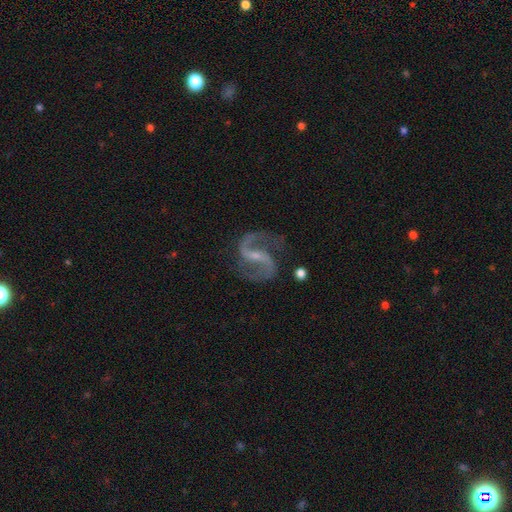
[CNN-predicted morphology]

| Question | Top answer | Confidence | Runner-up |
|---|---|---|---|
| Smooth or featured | featured or disk | 93% | star or artifact (4%) |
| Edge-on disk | no | 98% | yes (2%) |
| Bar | weak | 42% | tied: strong (42%) |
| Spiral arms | yes | 98% | no (2%) |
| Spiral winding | medium | 51% | loose (41%) |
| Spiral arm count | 2 | 94% | 1 (1%) |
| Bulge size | small | 63% | moderate (19%) |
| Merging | none | 78% | minor disturbance (14%) |